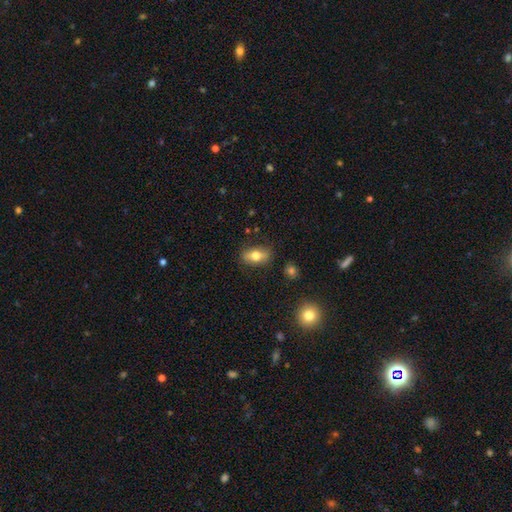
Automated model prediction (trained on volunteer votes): A smooth galaxy with no disk features (71%) that is in between round and cigar-shaped (84%). Merging: none (82%).